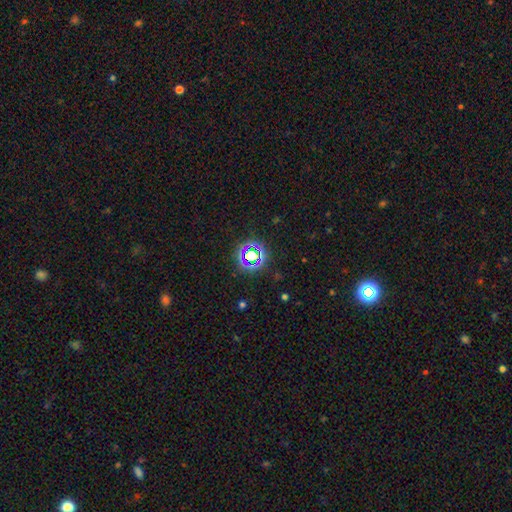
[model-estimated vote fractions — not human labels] smooth-or-featured: star or artifact: 72% | smooth: 19% | featured or disk: 9%